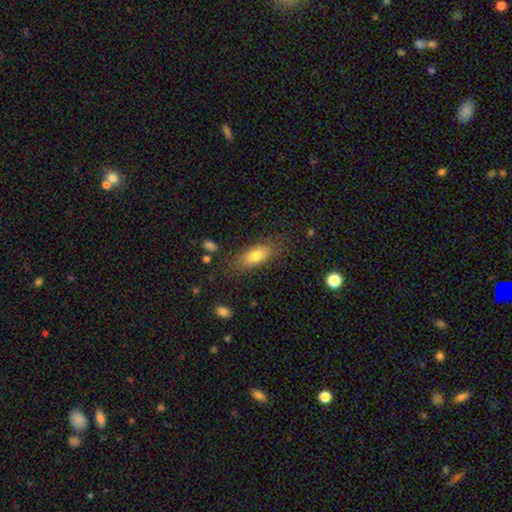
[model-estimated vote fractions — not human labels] A smooth galaxy with no disk features (77%) that is in between round and cigar-shaped (75%).

Vote fractions:
- Smooth or featured? smooth: 77% / featured or disk: 15% / star or artifact: 8%
- How rounded? in between: 75% / cigar-shaped: 20% / round: 5%
- Merging? none: 76% / minor disturbance: 16% / major disturbance: 6% / merger: 2%